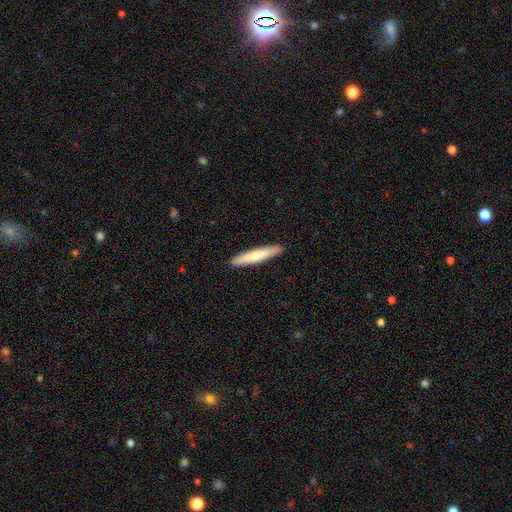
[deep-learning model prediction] smooth-or-featured: smooth: 65% | featured or disk: 30% | star or artifact: 5%
  how-rounded: cigar-shaped: 93% | in between: 6% | round: 1%
  merging: none: 91% | minor disturbance: 6% | major disturbance: 1% | merger: 1%